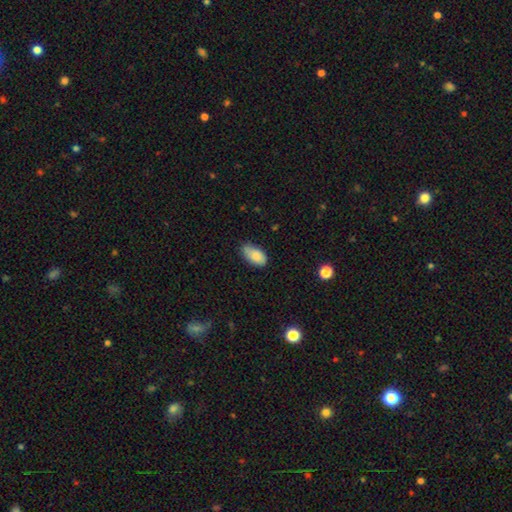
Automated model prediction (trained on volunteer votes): Morphology: type=smooth (85%); roundness=in between (93%); merging=none (61%).